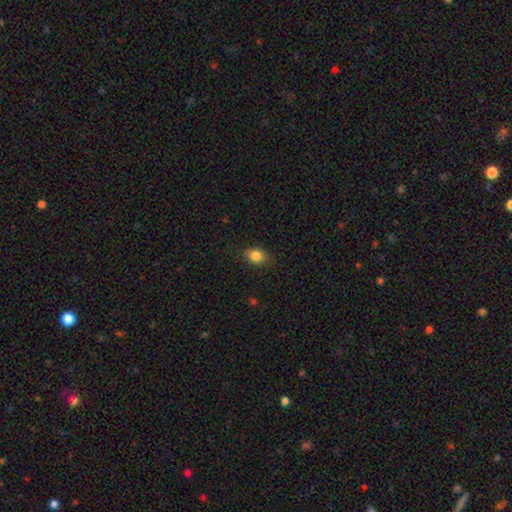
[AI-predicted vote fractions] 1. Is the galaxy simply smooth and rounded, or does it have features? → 84% smooth, 10% star or artifact, 6% featured or disk.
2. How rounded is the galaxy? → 63% in between, 35% round, 1% cigar-shaped.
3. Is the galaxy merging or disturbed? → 83% none, 13% minor disturbance, 3% major disturbance, 1% merger.